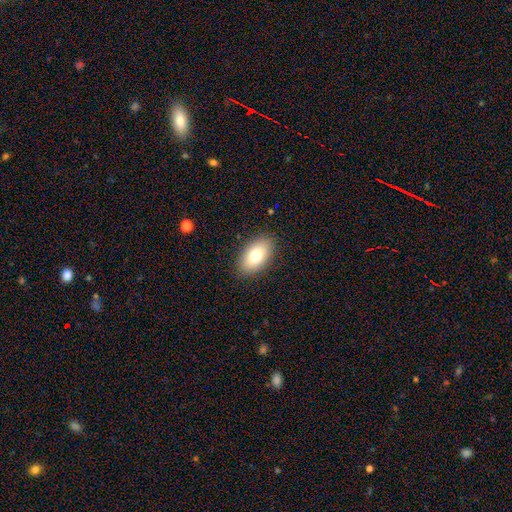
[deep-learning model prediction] A smooth galaxy with no disk features (77%) that is in between round and cigar-shaped (93%).

Vote fractions:
- Smooth or featured? smooth: 77% / featured or disk: 15% / star or artifact: 8%
- How rounded? in between: 93% / round: 5% / cigar-shaped: 2%
- Merging? none: 87% / minor disturbance: 9% / major disturbance: 2% / merger: 1%